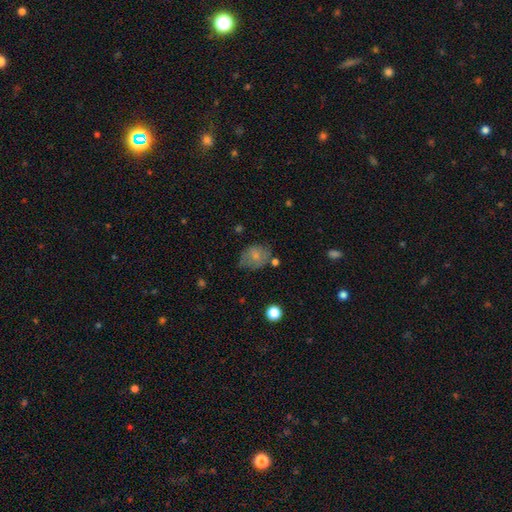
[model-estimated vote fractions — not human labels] This is likely a smooth galaxy (72%). How rounded: possibly in between (55%). Merging: possibly none (51%).